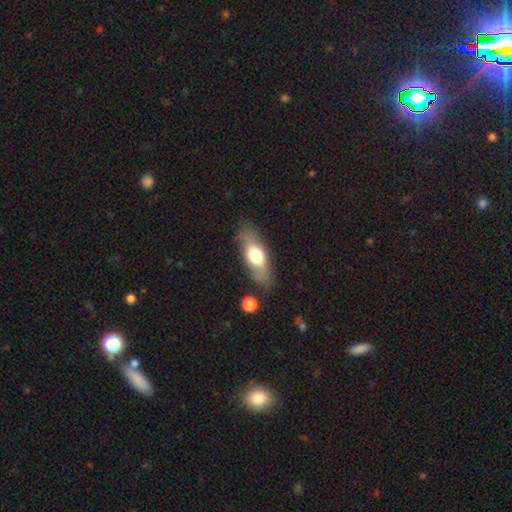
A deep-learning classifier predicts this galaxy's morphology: This appears to be a smooth galaxy with no disk features (60%) that is in between round and cigar-shaped (67%). Merging: none (77%).